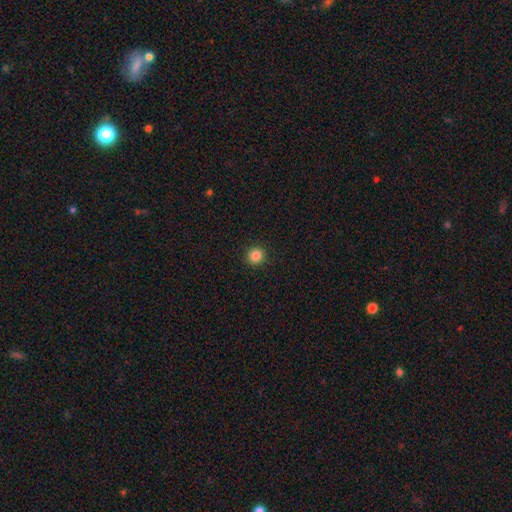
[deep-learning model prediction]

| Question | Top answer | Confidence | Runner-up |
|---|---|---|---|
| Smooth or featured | smooth | 86% | star or artifact (11%) |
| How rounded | round | 94% | in between (5%) |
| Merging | none | 93% | minor disturbance (5%) |